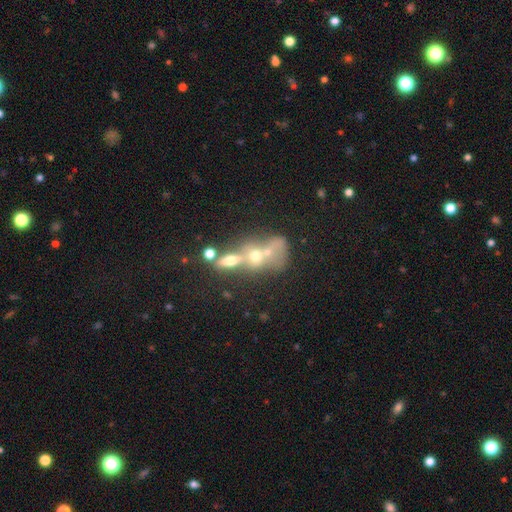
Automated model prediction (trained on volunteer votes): Morphology: type=featured or disk (46%); merging=merger (56%).